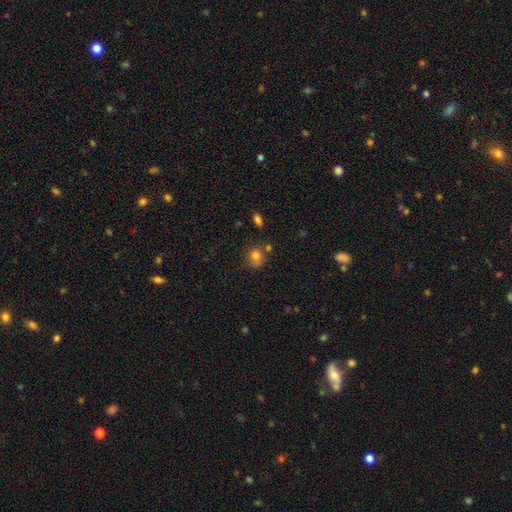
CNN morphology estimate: A smooth galaxy with no disk features (78%) that is round (65%).

Vote fractions:
- Smooth or featured? smooth: 78% / star or artifact: 12% / featured or disk: 10%
- How rounded? round: 65% / in between: 34% / cigar-shaped: 1%
- Merging? none: 57% / minor disturbance: 23% / merger: 11% / major disturbance: 8%